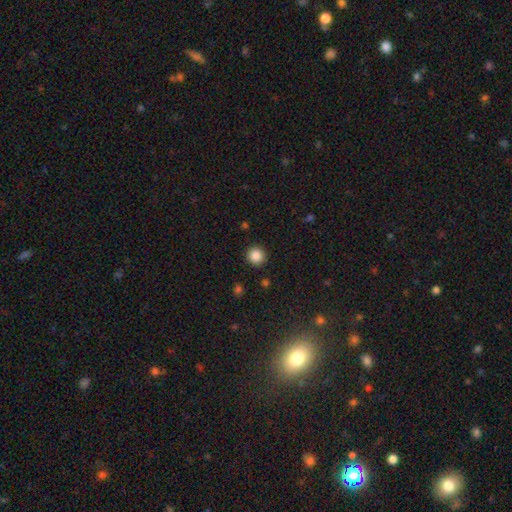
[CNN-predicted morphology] Smooth or featured? Predicted: smooth (p=0.87). How rounded? Predicted: round (p=0.94). Merging? Predicted: none (p=0.91).